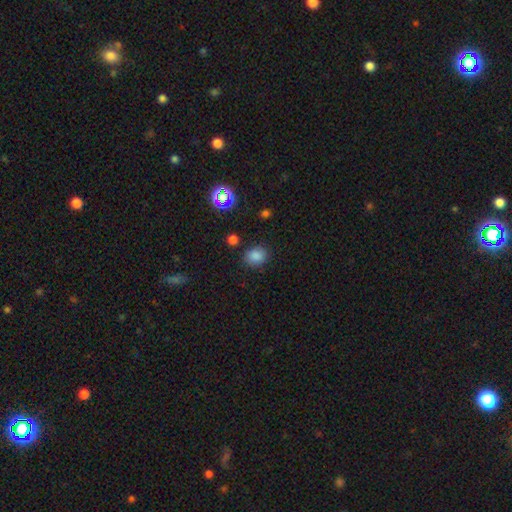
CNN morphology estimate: The model was most divided on "how rounded": round: 59%, in between: 40%, cigar-shaped: 1%. More confident: smooth or featured — smooth (81%); merging — none (81%).